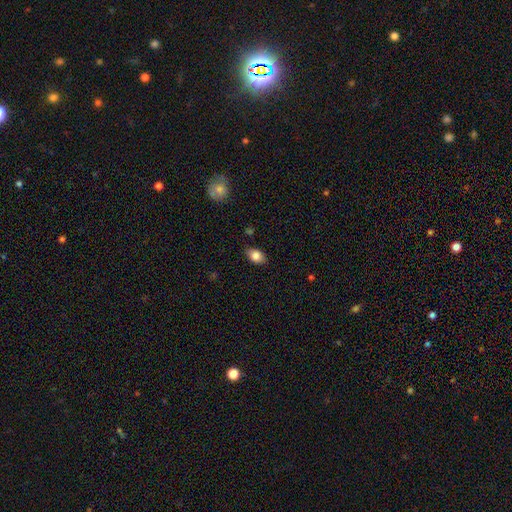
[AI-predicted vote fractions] smooth 83%, featured or disk 9%, star or artifact 8%. Down the decision tree: how rounded — in between (85%); merging — none (83%).